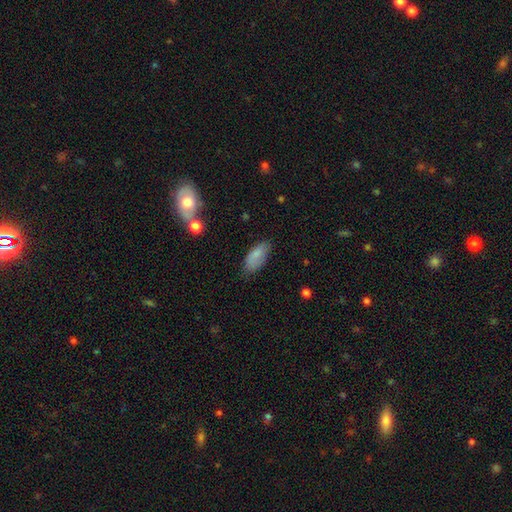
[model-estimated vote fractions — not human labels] A smooth galaxy with no disk features (82%) that is in between round and cigar-shaped (90%).

Vote fractions:
- Smooth or featured? smooth: 82% / featured or disk: 11% / star or artifact: 7%
- How rounded? in between: 90% / cigar-shaped: 8% / round: 2%
- Merging? none: 65% / minor disturbance: 26% / major disturbance: 7% / merger: 2%